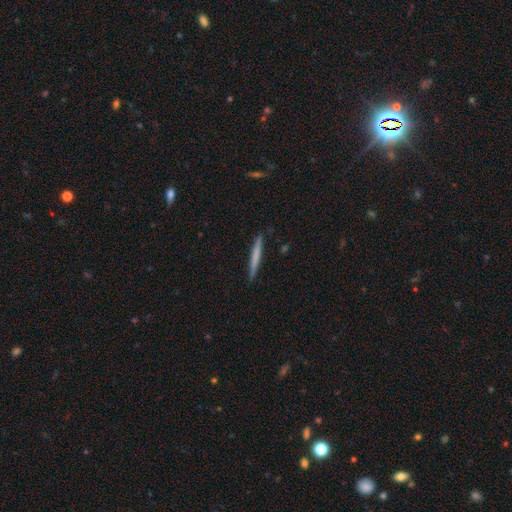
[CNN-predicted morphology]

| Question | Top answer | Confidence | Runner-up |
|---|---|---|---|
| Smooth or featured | smooth | 61% | featured or disk (33%) |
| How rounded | cigar-shaped | 97% | in between (2%) |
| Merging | none | 90% | minor disturbance (7%) |